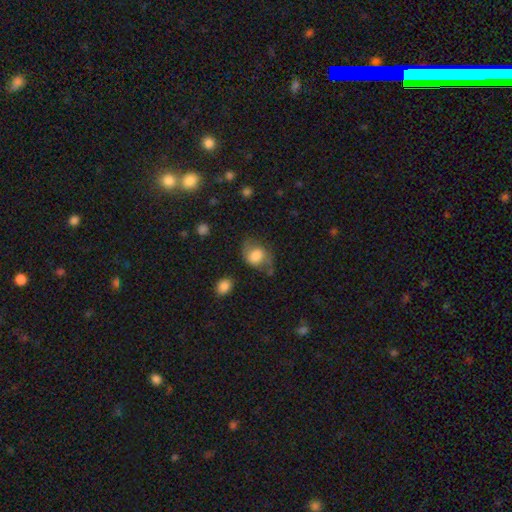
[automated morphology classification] Q: Smooth or featured?
A: smooth (56%); runner-up: featured or disk (35%)
Q: How rounded?
A: round (54%); runner-up: in between (45%)
Q: Merging?
A: none (54%); runner-up: minor disturbance (27%)